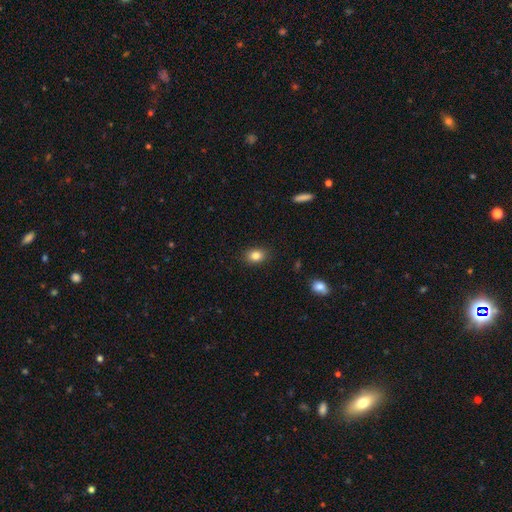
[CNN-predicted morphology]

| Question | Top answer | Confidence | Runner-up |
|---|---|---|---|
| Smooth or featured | smooth | 84% | star or artifact (10%) |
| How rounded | in between | 66% | round (32%) |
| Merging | none | 88% | minor disturbance (9%) |